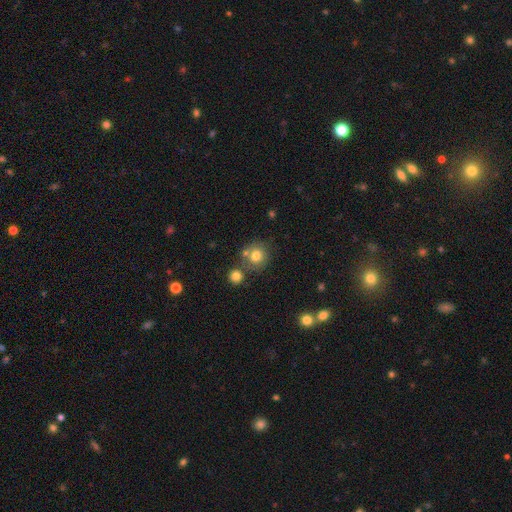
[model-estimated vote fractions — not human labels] Smooth or featured? Predicted: smooth (p=0.78). How rounded? Predicted: round (p=0.84). Merging? Predicted: none (p=0.62).